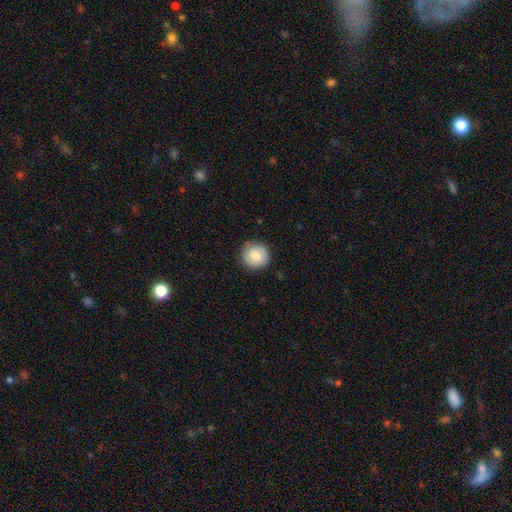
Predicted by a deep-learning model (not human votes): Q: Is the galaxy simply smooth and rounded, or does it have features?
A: smooth — 75%.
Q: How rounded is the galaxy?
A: round — 93%.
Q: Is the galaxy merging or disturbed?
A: none — 82%.